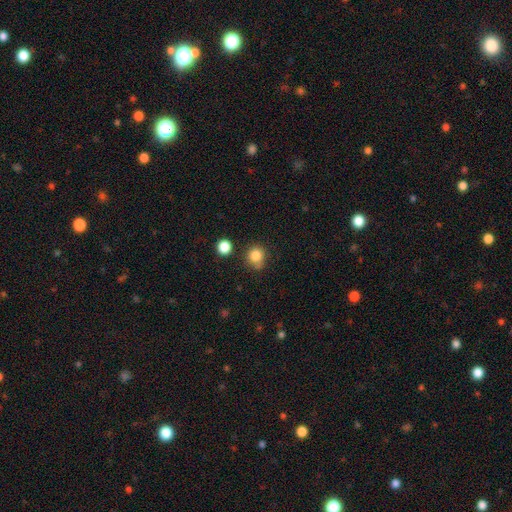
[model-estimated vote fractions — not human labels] smooth 83%, star or artifact 11%, featured or disk 5%. Down the decision tree: how rounded — round (86%); merging — none (71%).